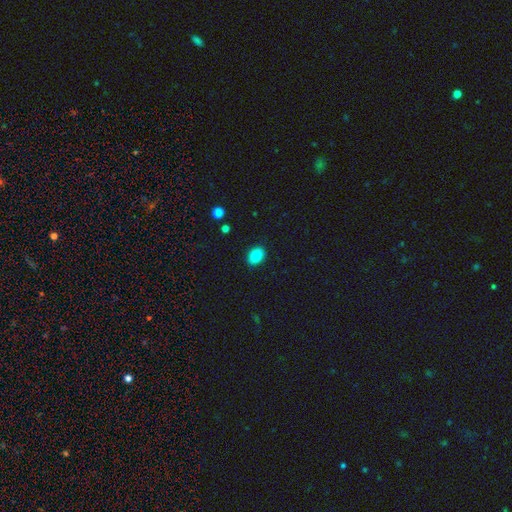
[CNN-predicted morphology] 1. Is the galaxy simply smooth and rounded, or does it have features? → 84% smooth, 9% star or artifact, 7% featured or disk.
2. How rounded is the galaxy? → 66% in between, 33% round, 1% cigar-shaped.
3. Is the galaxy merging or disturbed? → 89% none, 8% minor disturbance, 2% major disturbance, 1% merger.